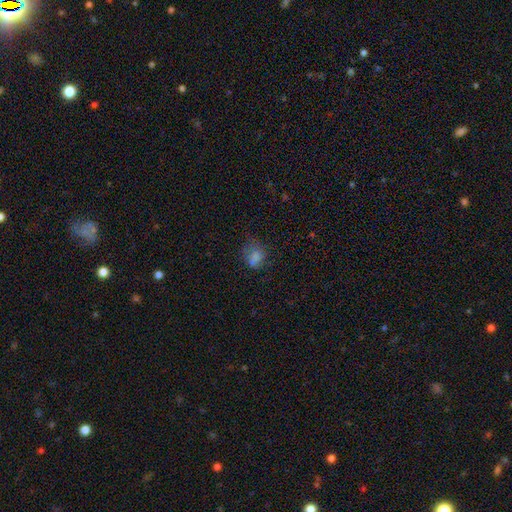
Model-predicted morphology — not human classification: Overall: smooth (65%). How rounded: in between (52%; round 47%). Merging: none (48%; minor disturbance 27%).